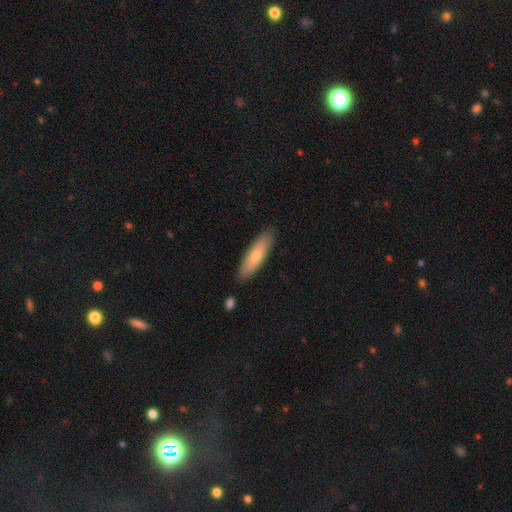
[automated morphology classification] smooth-or-featured: smooth: 73% | featured or disk: 22% | star or artifact: 5%
  how-rounded: cigar-shaped: 63% | in between: 36% | round: 1%
  merging: none: 86% | minor disturbance: 10% | merger: 2% | major disturbance: 2%